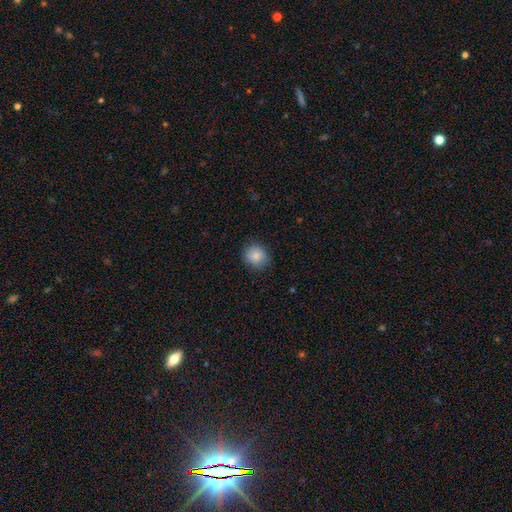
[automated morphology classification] The model was most divided on "how rounded": round: 80%, in between: 19%, cigar-shaped: 1%. More confident: smooth or featured — smooth (86%); merging — none (84%).